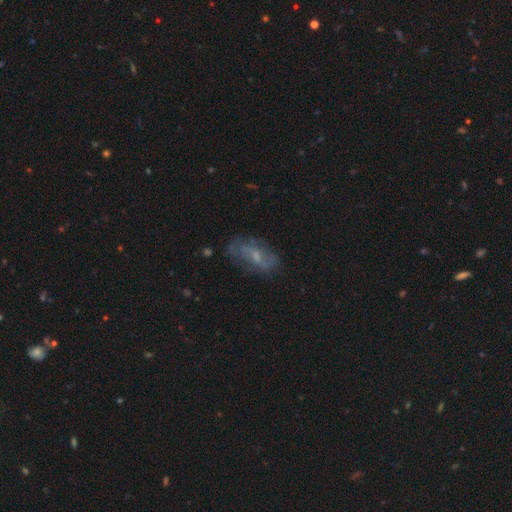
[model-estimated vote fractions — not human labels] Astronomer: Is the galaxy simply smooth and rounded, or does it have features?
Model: featured or disk — 59%.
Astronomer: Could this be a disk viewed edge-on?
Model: no — 91%.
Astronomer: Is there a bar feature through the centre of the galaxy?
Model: no — 48% (runner-up: weak, 42%).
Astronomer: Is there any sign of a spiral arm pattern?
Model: yes — 66%.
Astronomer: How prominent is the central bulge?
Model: small — 50% (runner-up: moderate, 32%).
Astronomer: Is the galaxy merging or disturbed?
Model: none — 62%.